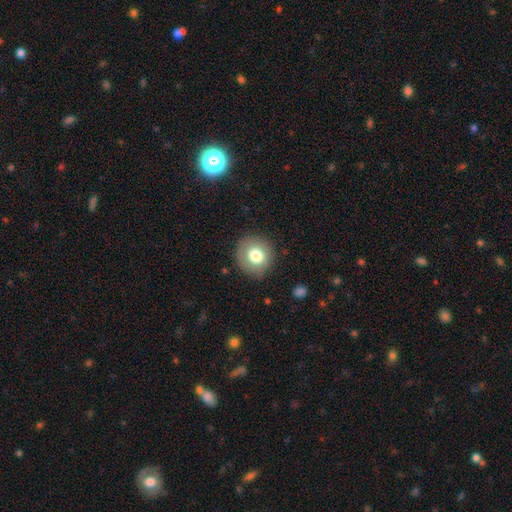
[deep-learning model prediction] The model was most divided on "smooth or featured": smooth: 77%, featured or disk: 13%, star or artifact: 10%. More confident: how rounded — round (91%); merging — none (83%).